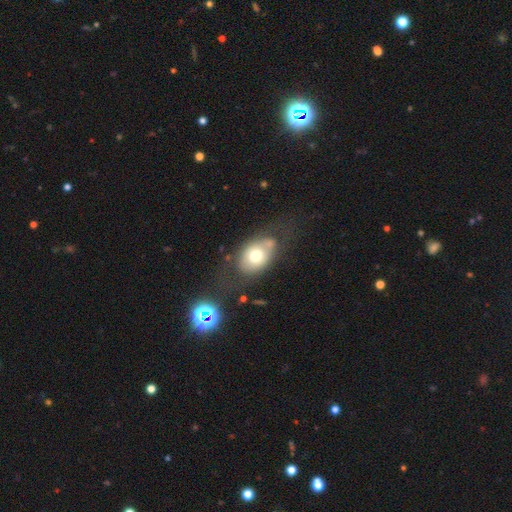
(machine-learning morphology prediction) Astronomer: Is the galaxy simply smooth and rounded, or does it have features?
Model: smooth — 61%.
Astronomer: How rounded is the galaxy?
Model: in between — 79%.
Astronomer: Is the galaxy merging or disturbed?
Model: none — 58%.